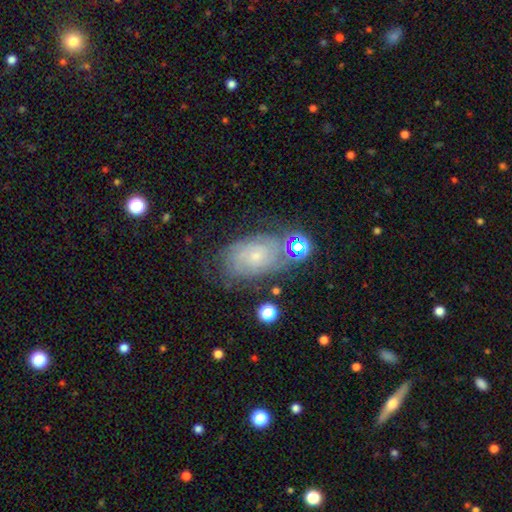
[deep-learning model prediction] Morphology: type=featured or disk (71%); edge-on=no (96%); bar=no (76%); spiral arms=yes (90%); winding=tight (69%); arm count=can't tell (51%); bulge=small (77%); merging=none (61%).